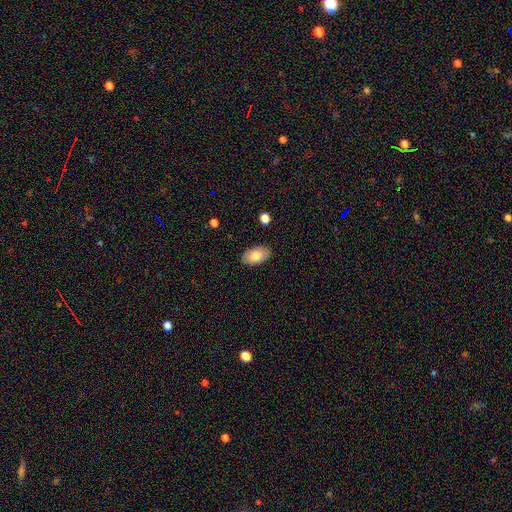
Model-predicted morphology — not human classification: A smooth galaxy with no disk features (78%) that is in between round and cigar-shaped (93%). Merging: none (87%).